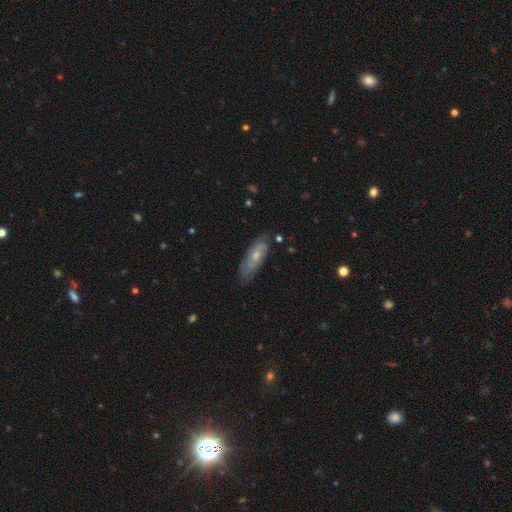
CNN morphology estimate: Q: Smooth or featured?
A: featured or disk (51%); runner-up: smooth (43%)
Q: Edge-on disk?
A: no (77%); runner-up: yes (23%)
Q: Merging?
A: none (74%); runner-up: minor disturbance (20%)